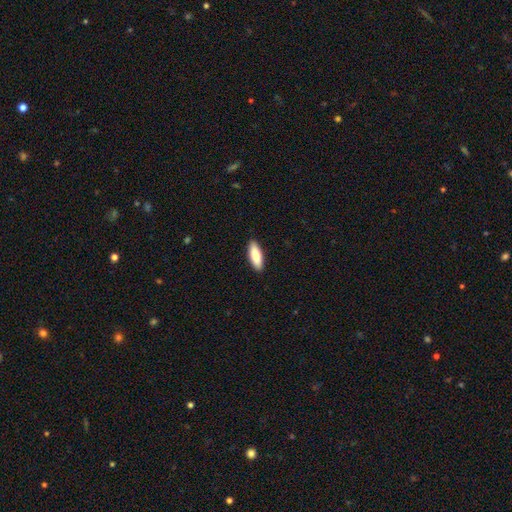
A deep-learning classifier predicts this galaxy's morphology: The model was most divided on "how rounded": in between: 60%, cigar-shaped: 39%, round: 2%. More confident: merging — none (91%); smooth or featured — smooth (82%).